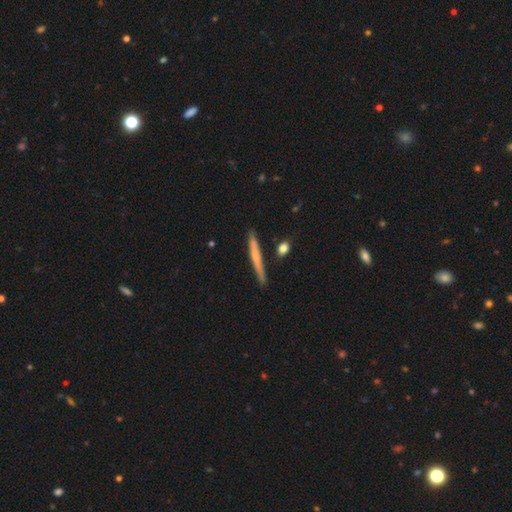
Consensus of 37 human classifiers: A smooth galaxy with no disk features (62%) that is cigar-shaped (91%). Merging: none (79%).